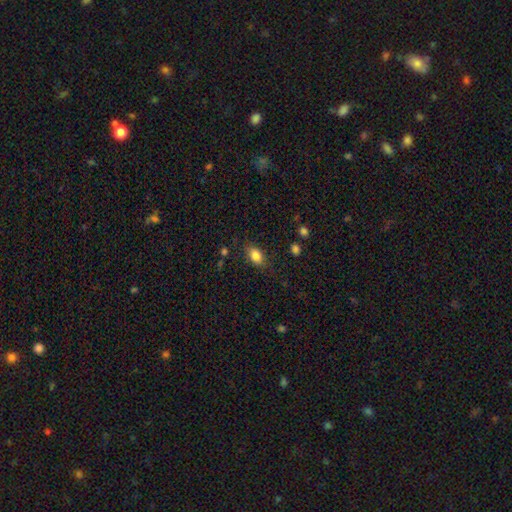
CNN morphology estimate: Smooth or featured? Predicted: smooth (p=0.84). How rounded? Predicted: in between (p=0.86). Merging? Predicted: none (p=0.82).